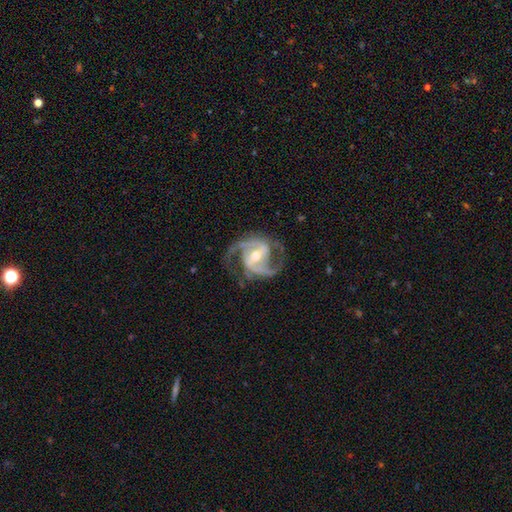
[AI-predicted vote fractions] Overall: featured or disk (93%). Edge-on disk: no (98%). Bar: weak (41%, tied with strong). Spiral arms: yes (98%). Spiral arm count: 2 (88%). Spiral winding: medium (63%). Bulge size: moderate (60%; small 36%). Merging: none (76%).